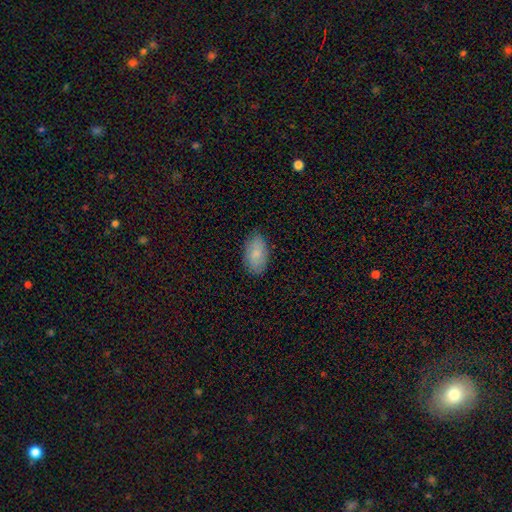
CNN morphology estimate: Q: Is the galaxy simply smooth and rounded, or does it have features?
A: smooth — 82%.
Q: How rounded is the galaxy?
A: in between — 94%.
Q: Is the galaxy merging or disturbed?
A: none — 82%.